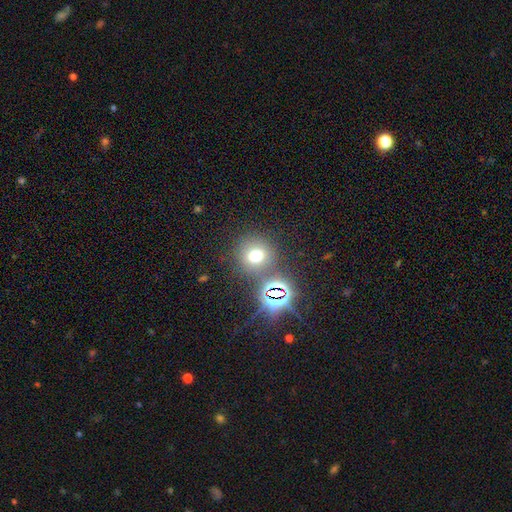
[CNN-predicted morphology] smooth 62%, star or artifact 27%, featured or disk 10%. Down the decision tree: how rounded — round (86%); merging — none (78%).